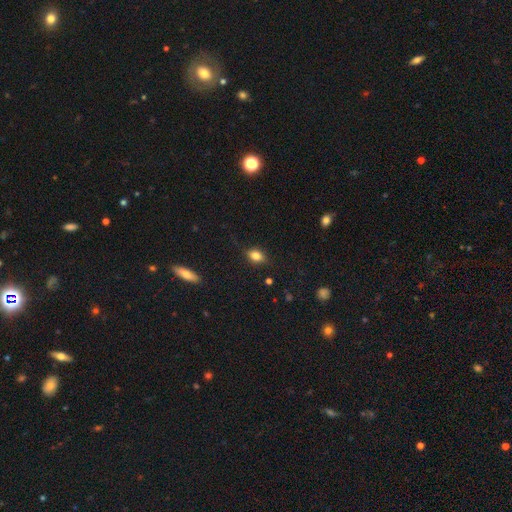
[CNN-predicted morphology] This appears to be a smooth galaxy with no disk features (81%) that is in between round and cigar-shaped (77%). Merging: none (80%).